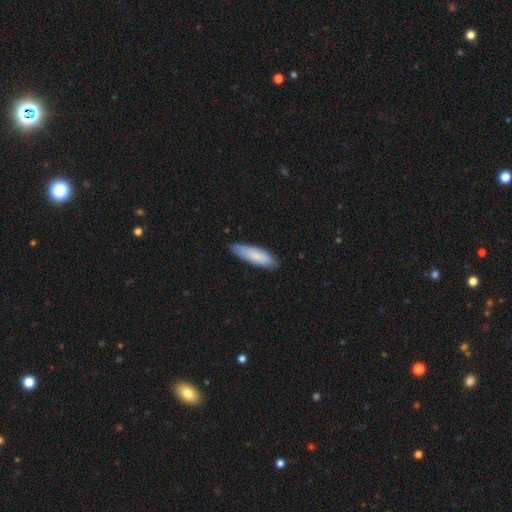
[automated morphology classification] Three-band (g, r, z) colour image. It shows a smooth galaxy with no disk features (81%) that is cigar-shaped (54%). Merging: none (82%).